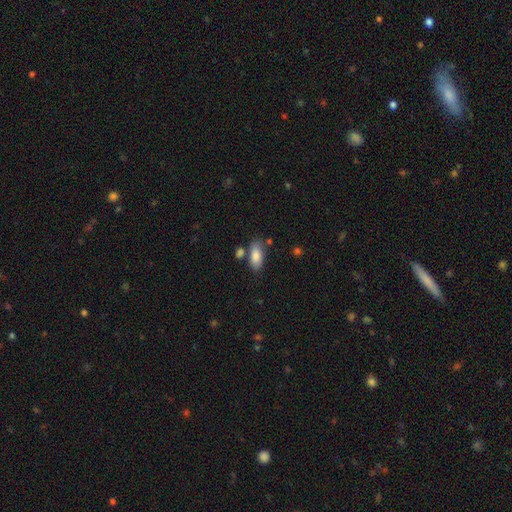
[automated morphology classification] Smooth or featured: smooth — 85% (featured or disk — 9%)
How rounded: in between — 88% (cigar-shaped — 9%)
Merging: none — 70% (minor disturbance — 15%)